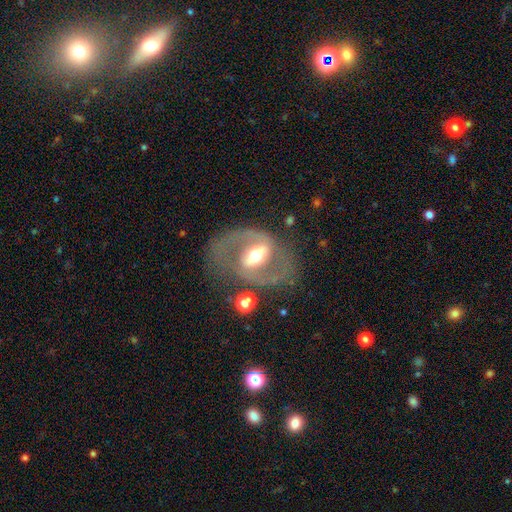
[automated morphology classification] Smooth or featured? featured or disk (81%)
Edge-on disk? no (95%)
Bar? strong (55%)
Spiral arms? yes (78%)
Spiral winding? medium (53%)
Spiral arm count? 2 (87%)
Bulge size? moderate (64%)
Merging? none (69%)